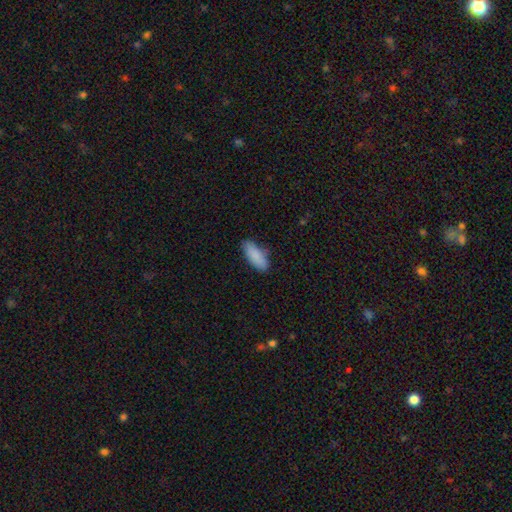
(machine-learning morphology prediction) smooth_or_featured: smooth (p=0.88) [alt: star or artifact p=0.06]
how_rounded: in between (p=0.76) [alt: cigar-shaped p=0.22]
merging: none (p=0.78) [alt: minor disturbance p=0.17]